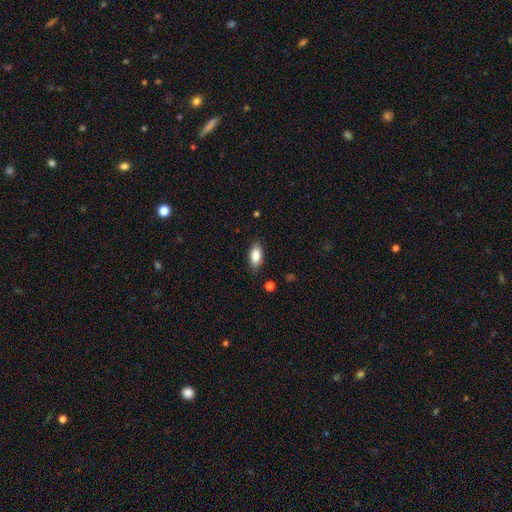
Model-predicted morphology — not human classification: smooth-or-featured: smooth: 84% | featured or disk: 9% | star or artifact: 7%
  how-rounded: in between: 89% | cigar-shaped: 8% | round: 4%
  merging: none: 84% | minor disturbance: 13% | major disturbance: 3% | merger: 1%